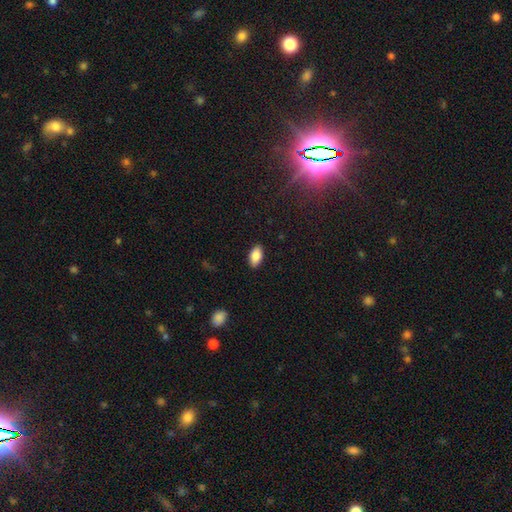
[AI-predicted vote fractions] Overall: smooth (88%). How rounded: in between (93%). Merging: none (88%).